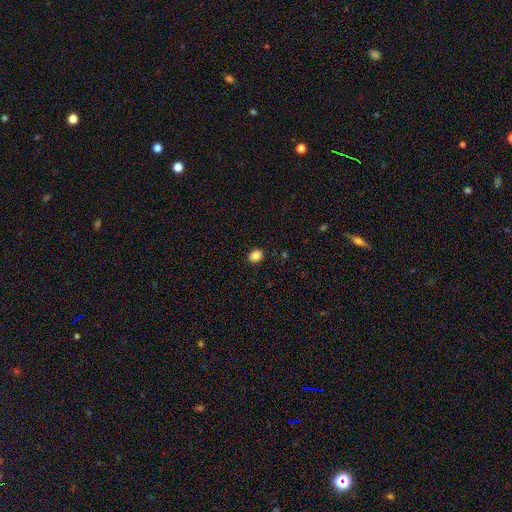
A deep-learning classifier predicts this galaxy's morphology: Smooth or featured: smooth — 85% (star or artifact — 11%)
How rounded: round — 75% (in between — 24%)
Merging: none — 91% (minor disturbance — 6%)